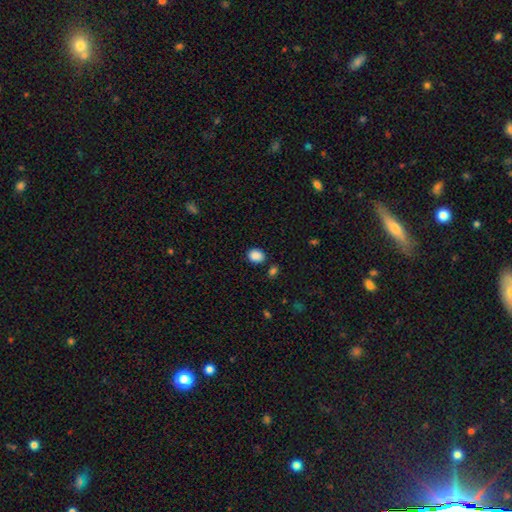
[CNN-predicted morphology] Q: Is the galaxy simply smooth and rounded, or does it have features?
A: smooth — 88%.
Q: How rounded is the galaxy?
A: in between — 52%.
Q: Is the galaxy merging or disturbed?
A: none — 81%.